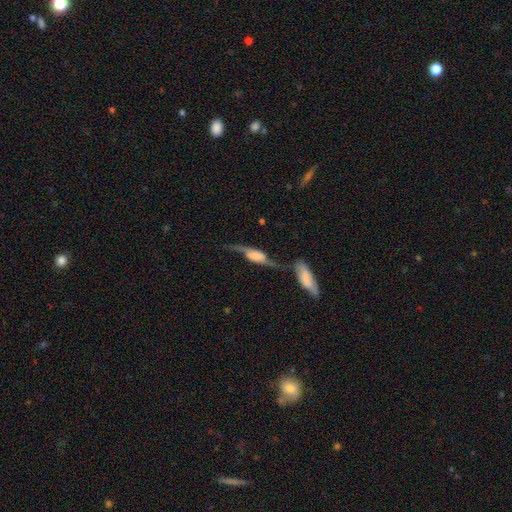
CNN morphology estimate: Smooth or featured? Predicted: featured or disk (p=0.77). Edge-on disk? Predicted: no (p=0.54). Merging? Predicted: none (p=0.40).